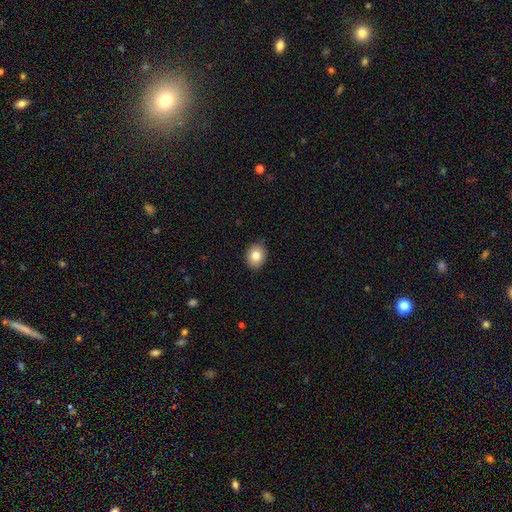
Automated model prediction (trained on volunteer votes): The model was most divided on "how rounded": in between: 50%, round: 49%, cigar-shaped: 1%. More confident: merging — none (89%); smooth or featured — smooth (82%).